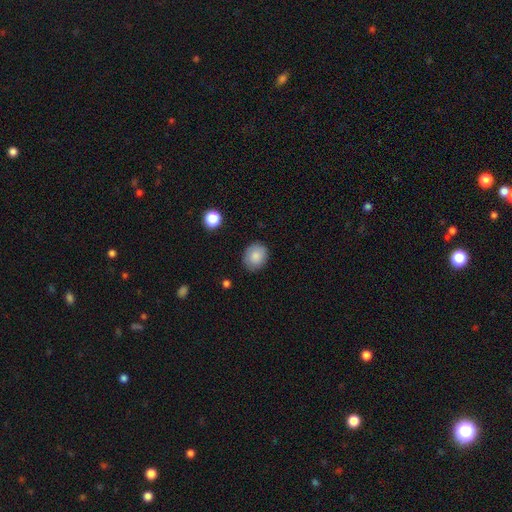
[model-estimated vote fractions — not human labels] Morphology: type=smooth (85%); roundness=round (71%); merging=none (85%).